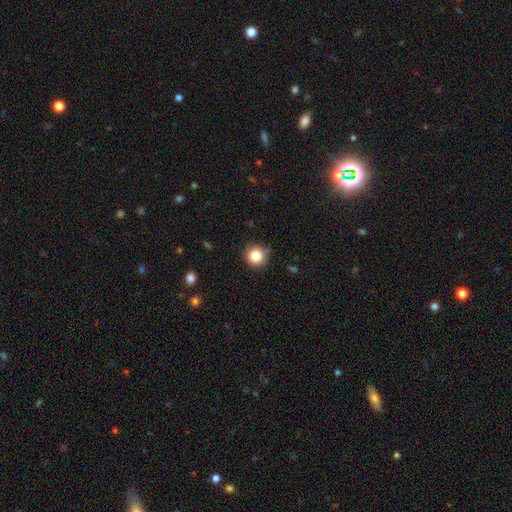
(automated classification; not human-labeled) Smooth or featured: smooth — 83% (star or artifact — 11%)
How rounded: round — 93% (in between — 6%)
Merging: none — 87% (minor disturbance — 9%)